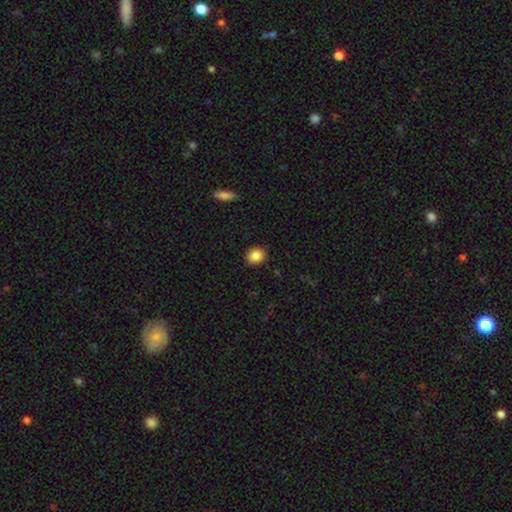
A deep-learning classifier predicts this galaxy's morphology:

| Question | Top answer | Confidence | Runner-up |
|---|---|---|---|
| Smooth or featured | smooth | 86% | star or artifact (9%) |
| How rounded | round | 62% | in between (37%) |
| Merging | none | 90% | minor disturbance (7%) |